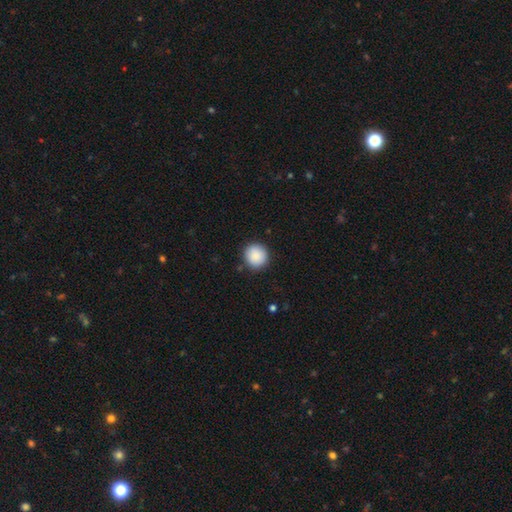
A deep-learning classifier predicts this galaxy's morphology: Q: Smooth or featured?
A: smooth (89%); runner-up: star or artifact (7%)
Q: How rounded?
A: round (94%); runner-up: in between (5%)
Q: Merging?
A: none (90%); runner-up: minor disturbance (7%)